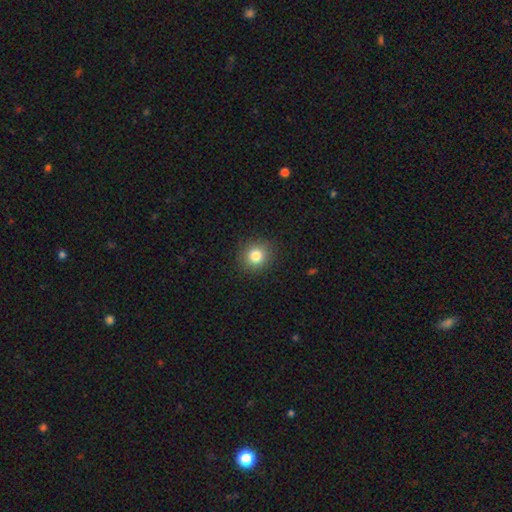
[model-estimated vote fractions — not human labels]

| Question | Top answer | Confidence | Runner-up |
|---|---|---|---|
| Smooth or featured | smooth | 82% | star or artifact (11%) |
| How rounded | round | 87% | in between (12%) |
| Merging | none | 90% | minor disturbance (7%) |